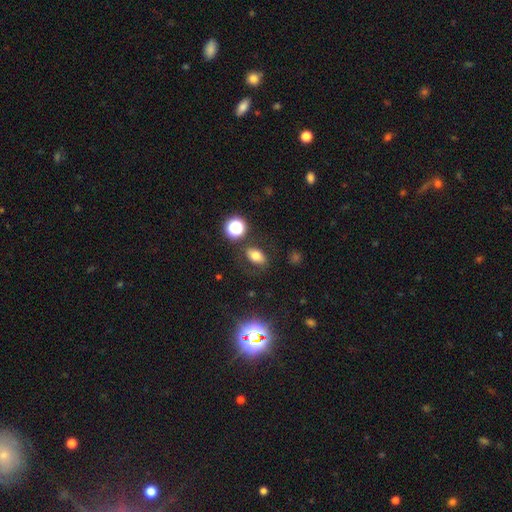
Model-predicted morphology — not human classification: smooth 69%, star or artifact 16%, featured or disk 14%. Down the decision tree: how rounded — in between (81%); merging — none (78%).